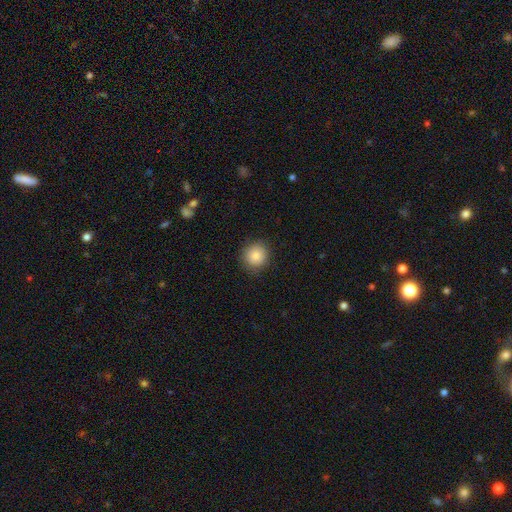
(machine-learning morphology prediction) smooth_or_featured: smooth (p=0.86) [alt: star or artifact p=0.09]
how_rounded: round (p=0.92) [alt: in between p=0.07]
merging: none (p=0.89) [alt: minor disturbance p=0.08]